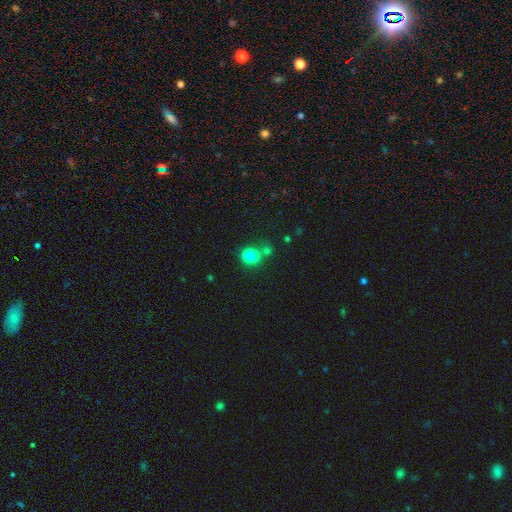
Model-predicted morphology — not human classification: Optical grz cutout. It shows a smooth galaxy with no disk features (78%) that is round (74%). Merging: none (56%).